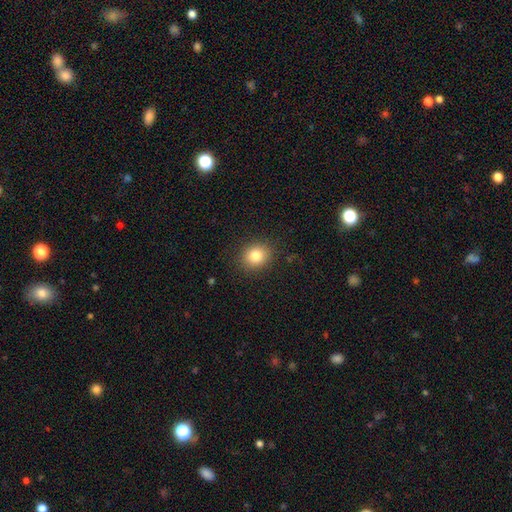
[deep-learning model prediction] A smooth galaxy with no disk features (82%) that is round (69%).

Vote fractions:
- Smooth or featured? smooth: 82% / star or artifact: 11% / featured or disk: 8%
- How rounded? round: 69% / in between: 30% / cigar-shaped: 1%
- Merging? none: 89% / minor disturbance: 8% / major disturbance: 3% / merger: 1%